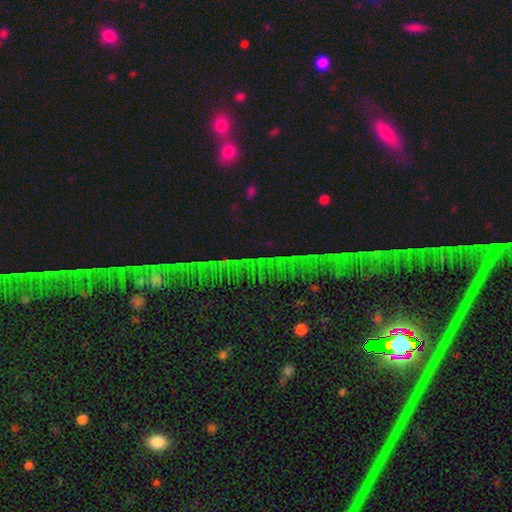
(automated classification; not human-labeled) Smooth or featured? star or artifact (74%)